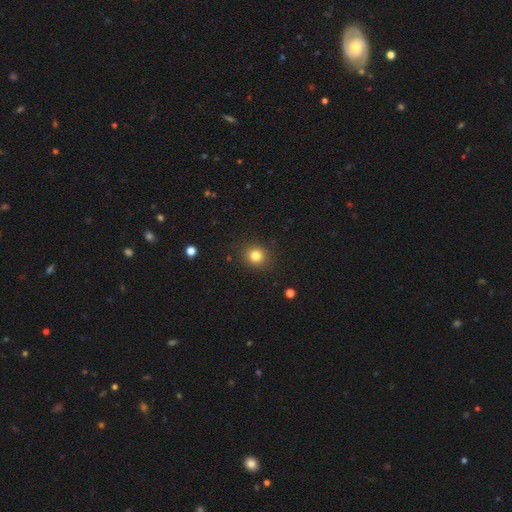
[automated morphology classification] Q: Smooth or featured?
A: smooth (82%); runner-up: star or artifact (12%)
Q: How rounded?
A: round (83%); runner-up: in between (16%)
Q: Merging?
A: none (90%); runner-up: minor disturbance (7%)